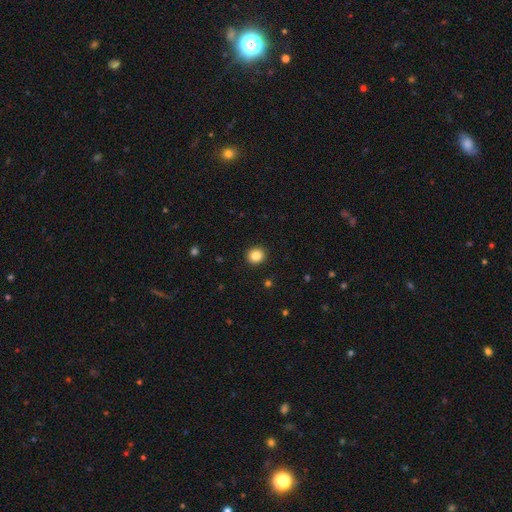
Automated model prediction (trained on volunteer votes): smooth_or_featured: smooth (p=0.85) [alt: star or artifact p=0.10]
how_rounded: round (p=0.89) [alt: in between p=0.10]
merging: none (p=0.92) [alt: minor disturbance p=0.05]